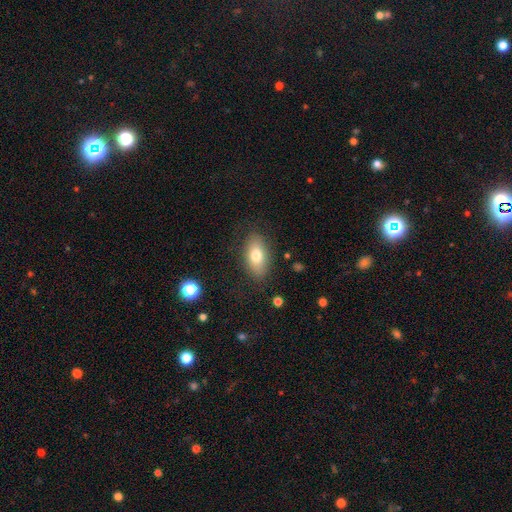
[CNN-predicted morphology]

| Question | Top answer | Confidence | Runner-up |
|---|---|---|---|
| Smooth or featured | smooth | 75% | featured or disk (17%) |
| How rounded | in between | 89% | round (6%) |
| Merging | none | 83% | minor disturbance (12%) |